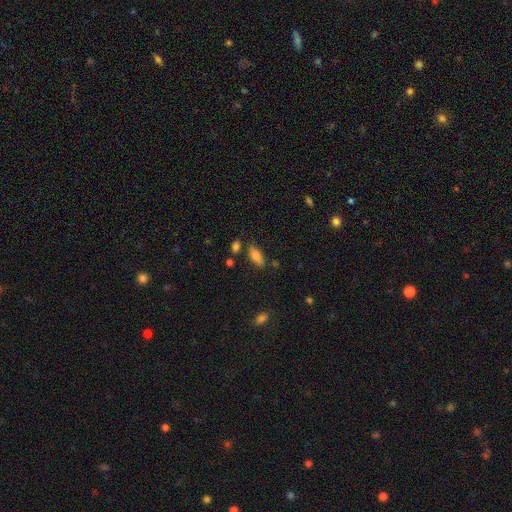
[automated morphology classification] Overall: smooth (79%). How rounded: in between (77%). Merging: none (75%).